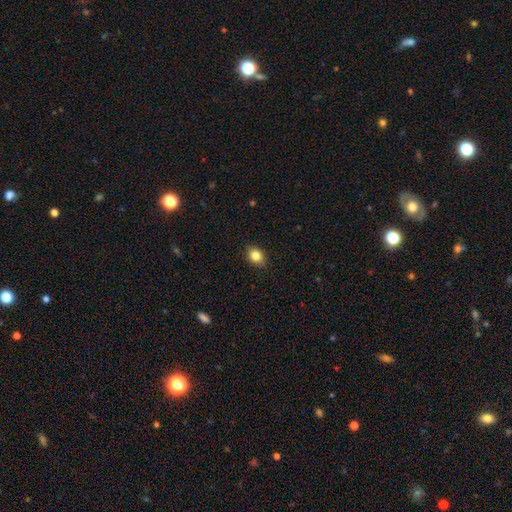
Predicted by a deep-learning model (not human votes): smooth 84%, star or artifact 10%, featured or disk 6%. Down the decision tree: how rounded — in between (55%); merging — none (86%).